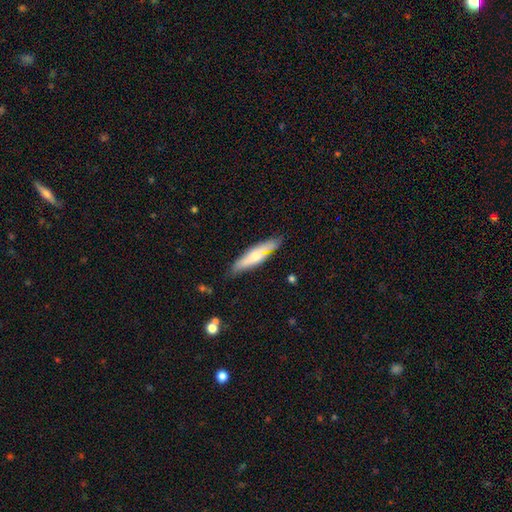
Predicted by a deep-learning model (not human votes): Smooth or featured?
  - smooth: 56% *
  - featured or disk: 38%
  - star or artifact: 6%
How rounded?
  - cigar-shaped: 76% *
  - in between: 22%
  - round: 2%
Merging?
  - none: 79% *
  - minor disturbance: 15%
  - major disturbance: 3%
  - merger: 3%